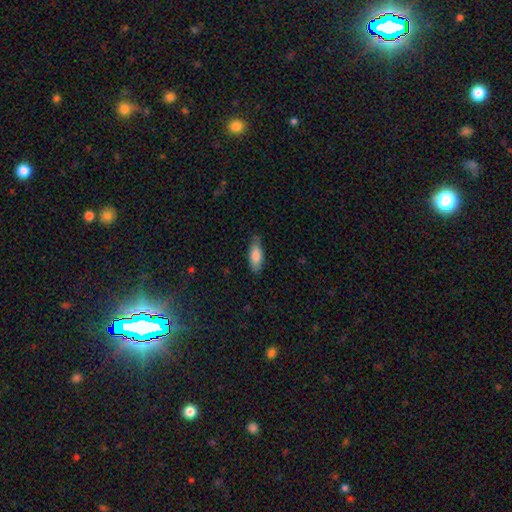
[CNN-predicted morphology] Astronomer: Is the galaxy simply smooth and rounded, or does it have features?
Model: smooth — 83%.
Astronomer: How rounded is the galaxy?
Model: in between — 76%.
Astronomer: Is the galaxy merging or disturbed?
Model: none — 78%.